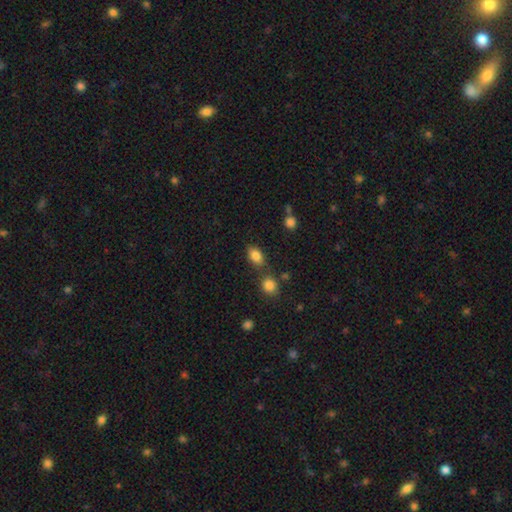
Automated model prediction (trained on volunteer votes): Smooth or featured? smooth (83%)
How rounded? in between (84%)
Merging? none (67%)